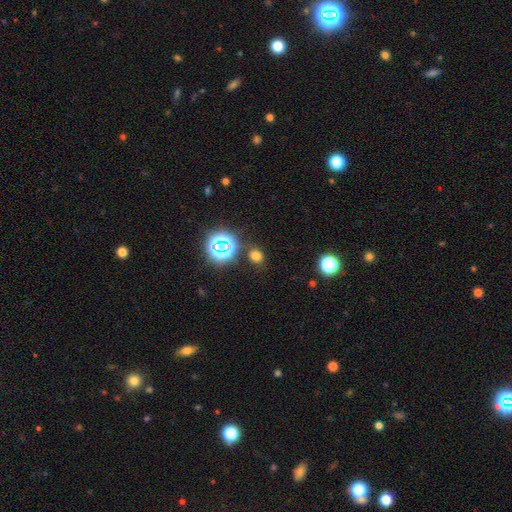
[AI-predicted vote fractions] This appears to be a smooth galaxy with no disk features (67%) that is round (60%). Merging: none (83%).